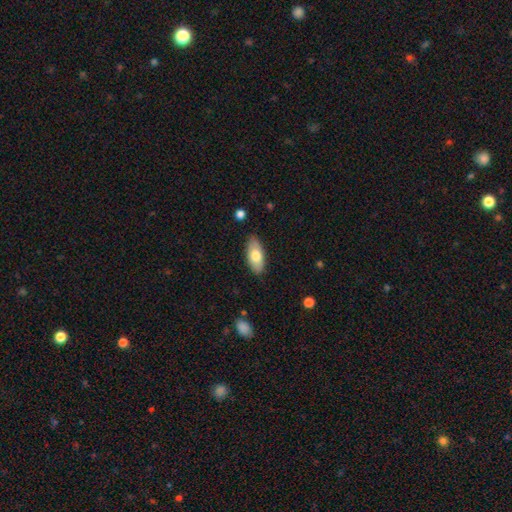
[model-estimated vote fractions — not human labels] Smooth or featured? Predicted: smooth (p=0.73). How rounded? Predicted: in between (p=0.88). Merging? Predicted: none (p=0.86).